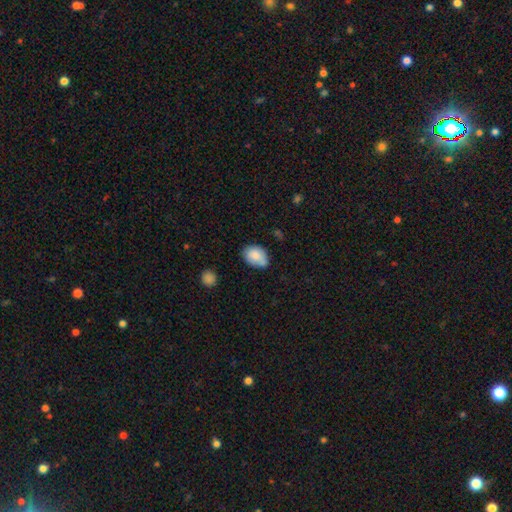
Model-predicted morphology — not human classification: type=smooth (83%); roundness=in between (77%); merging=none (60%).